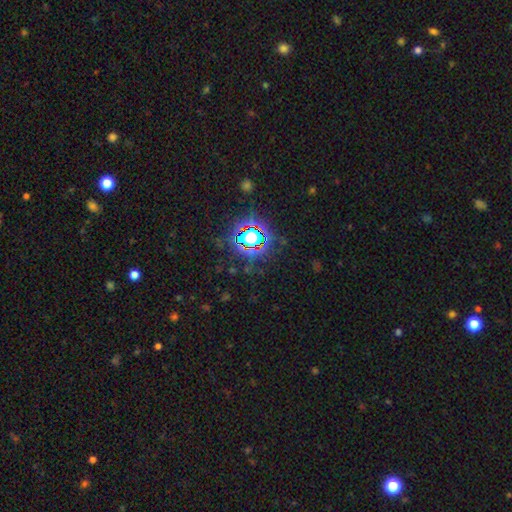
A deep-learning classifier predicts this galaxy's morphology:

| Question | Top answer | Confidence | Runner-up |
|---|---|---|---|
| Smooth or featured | star or artifact | 82% | smooth (10%) |